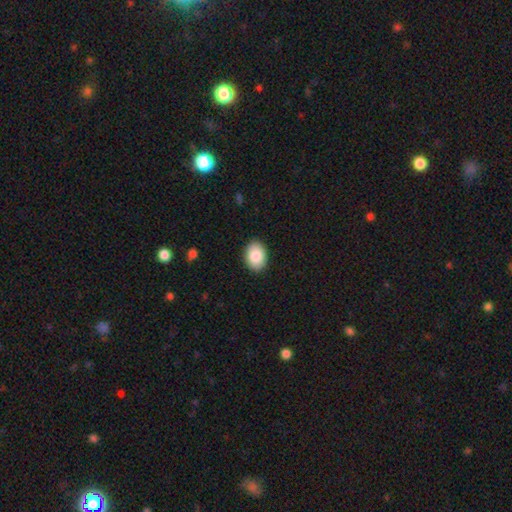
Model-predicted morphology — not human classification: Overall: smooth (87%). How rounded: in between (79%). Merging: none (90%).